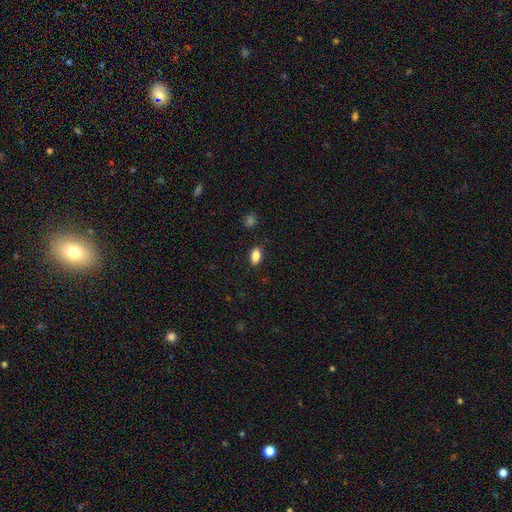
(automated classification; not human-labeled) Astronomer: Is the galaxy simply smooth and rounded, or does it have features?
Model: smooth — 85%.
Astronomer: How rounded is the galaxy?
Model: in between — 89%.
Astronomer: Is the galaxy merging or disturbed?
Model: none — 86%.